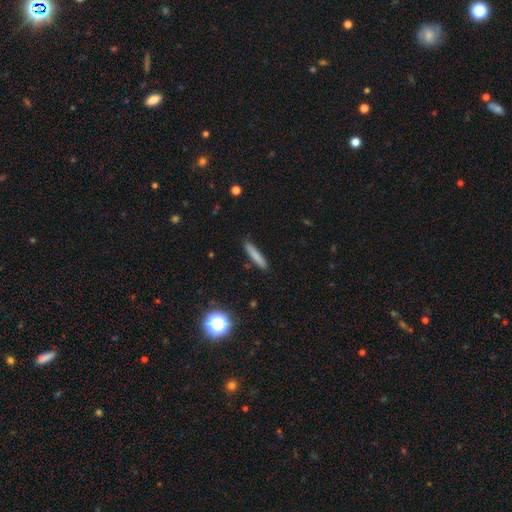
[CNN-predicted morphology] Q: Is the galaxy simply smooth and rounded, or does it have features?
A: smooth — 81%.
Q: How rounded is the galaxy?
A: cigar-shaped — 90%.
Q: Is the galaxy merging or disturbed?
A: none — 88%.